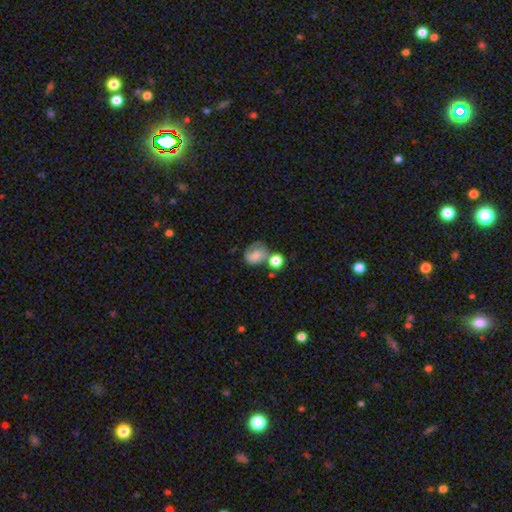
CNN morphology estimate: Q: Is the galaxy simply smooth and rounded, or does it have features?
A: smooth — 56%.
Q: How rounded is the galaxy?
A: round — 57%.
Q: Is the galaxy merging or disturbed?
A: none — 37%.